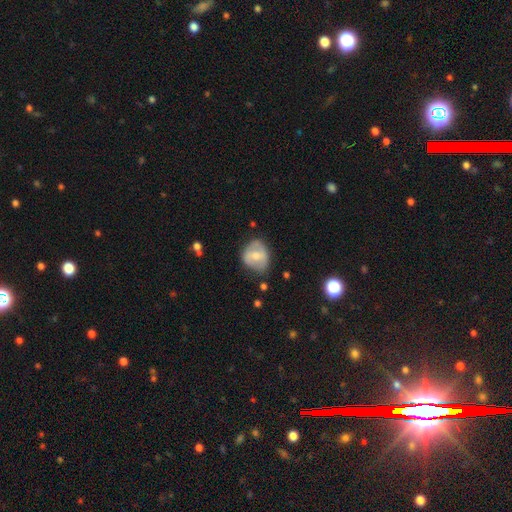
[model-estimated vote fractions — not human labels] smooth_or_featured: smooth (p=0.53) [alt: featured or disk p=0.40]
how_rounded: round (p=0.61) [alt: in between p=0.38]
merging: none (p=0.66) [alt: minor disturbance p=0.24]